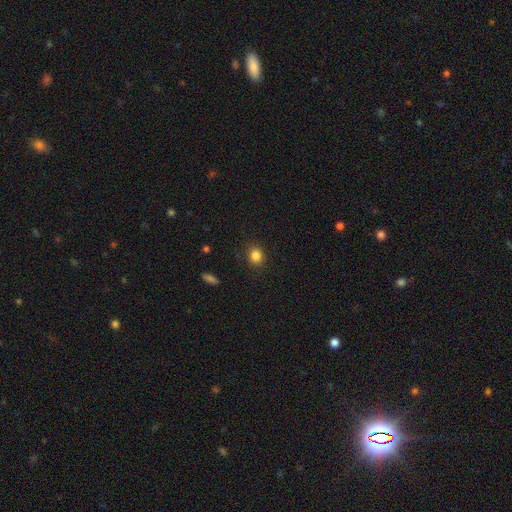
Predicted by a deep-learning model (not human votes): smooth_or_featured: smooth (p=0.84) [alt: star or artifact p=0.11]
how_rounded: round (p=0.74) [alt: in between p=0.25]
merging: none (p=0.89) [alt: minor disturbance p=0.08]